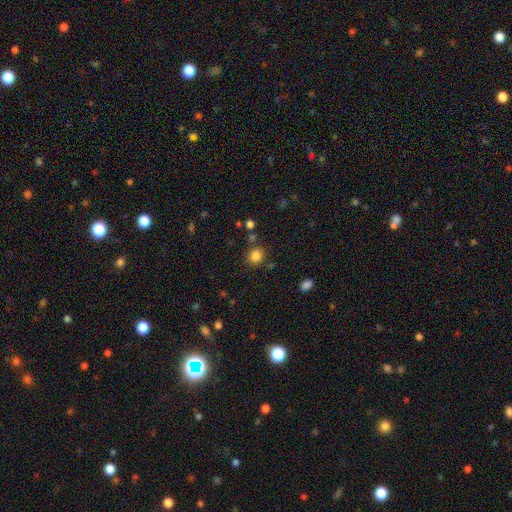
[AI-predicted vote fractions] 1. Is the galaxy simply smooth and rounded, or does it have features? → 83% smooth, 12% star or artifact, 5% featured or disk.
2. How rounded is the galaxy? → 74% round, 25% in between, 1% cigar-shaped.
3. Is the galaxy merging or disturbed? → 79% none, 11% minor disturbance, 6% merger, 4% major disturbance.